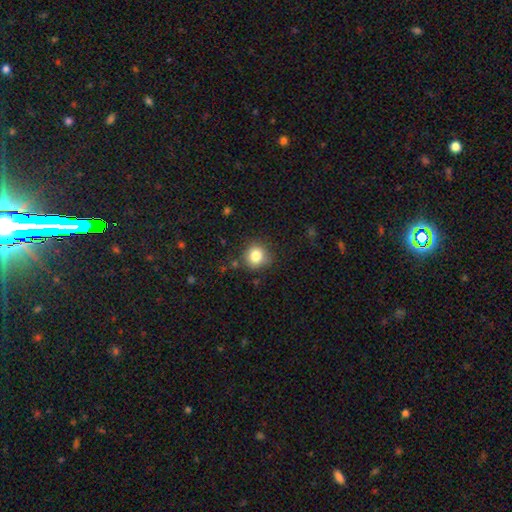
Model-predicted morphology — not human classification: This appears to be a smooth galaxy with no disk features (82%) that is round (89%). Merging: none (83%).